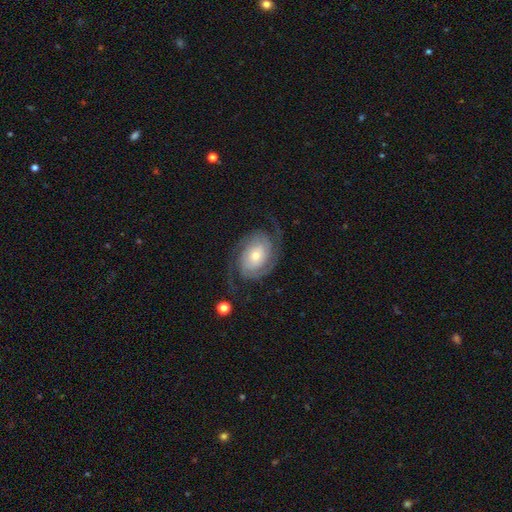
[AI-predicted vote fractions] Smooth or featured: featured or disk — 86% (smooth — 9%)
Edge-on disk: no — 97% (yes — 3%)
Bar: no — 69% (weak — 23%)
Spiral arms: yes — 97% (no — 3%)
Spiral winding: tight — 46% (medium — 37%)
Spiral arm count: 2 — 85% (can't tell — 5%)
Bulge size: small — 52% (moderate — 37%)
Merging: none — 72% (minor disturbance — 14%)